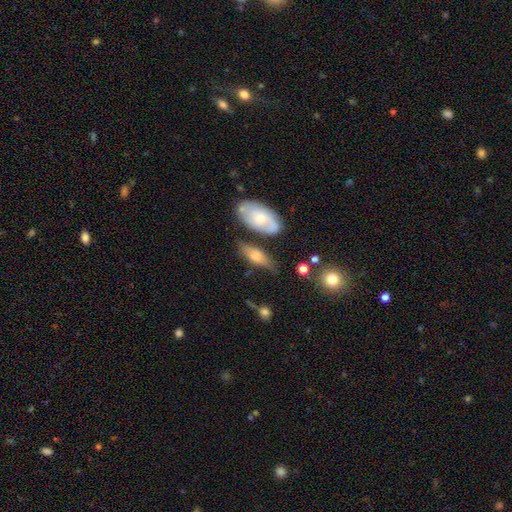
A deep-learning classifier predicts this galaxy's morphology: Overall: smooth (61%; featured or disk 31%). How rounded: in between (72%). Merging: none (58%; minor disturbance 24%).